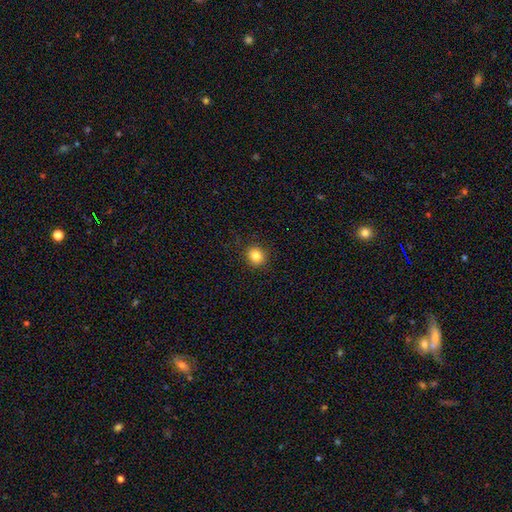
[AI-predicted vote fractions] smooth 84%, star or artifact 11%, featured or disk 5%. Down the decision tree: how rounded — round (85%); merging — none (90%).